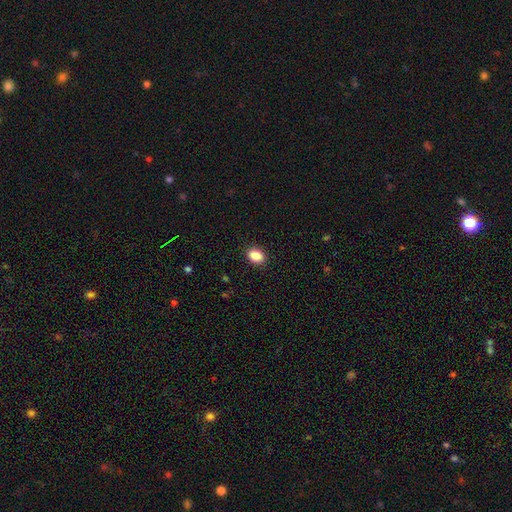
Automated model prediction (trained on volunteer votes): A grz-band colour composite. It shows a smooth galaxy with no disk features (87%) that is in between round and cigar-shaped (72%). Merging: none (89%).